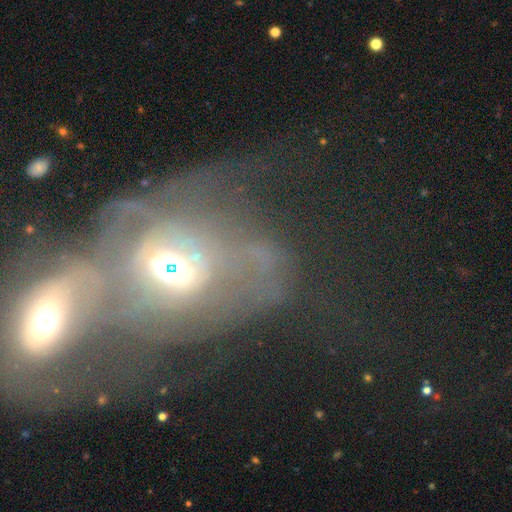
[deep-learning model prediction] smooth_or_featured: featured or disk (p=0.54) [alt: star or artifact p=0.23]
disk_edge_on: no (p=0.92) [alt: yes p=0.08]
bar: no (p=0.67) [alt: weak p=0.21]
has_spiral_arms: no (p=0.56) [alt: yes p=0.44]
bulge_size: moderate (p=0.59) [alt: large p=0.18]
merging: merger (p=0.43) [alt: major disturbance p=0.28]